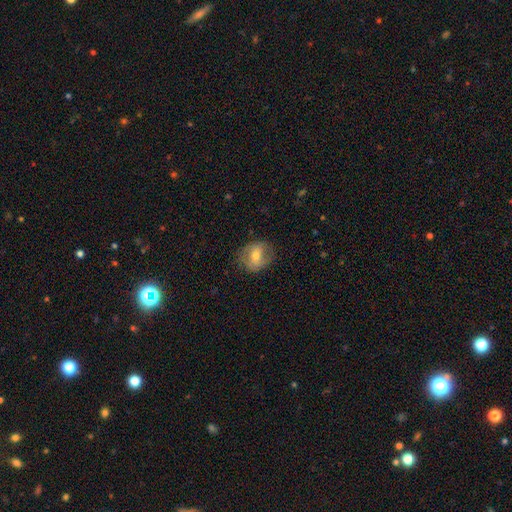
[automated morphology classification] A smooth galaxy with no disk features (51%) that is round (58%).

Vote fractions:
- Smooth or featured? smooth: 51% / featured or disk: 42% / star or artifact: 8%
- How rounded? round: 58% / in between: 41% / cigar-shaped: 1%
- Merging? none: 77% / minor disturbance: 16% / major disturbance: 6% / merger: 1%